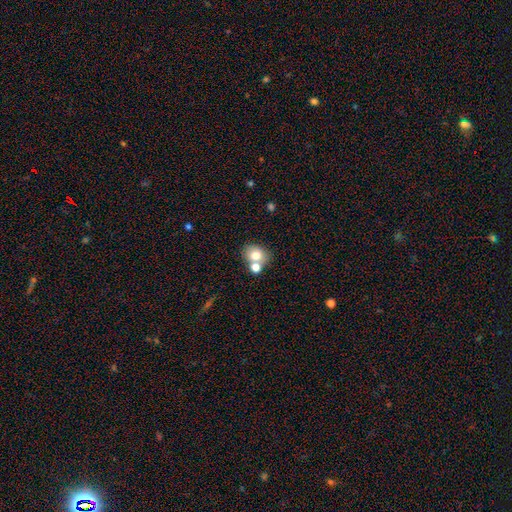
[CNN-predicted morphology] This appears to be a smooth galaxy with no disk features (74%) that is round (58%). Merging: none (51%).